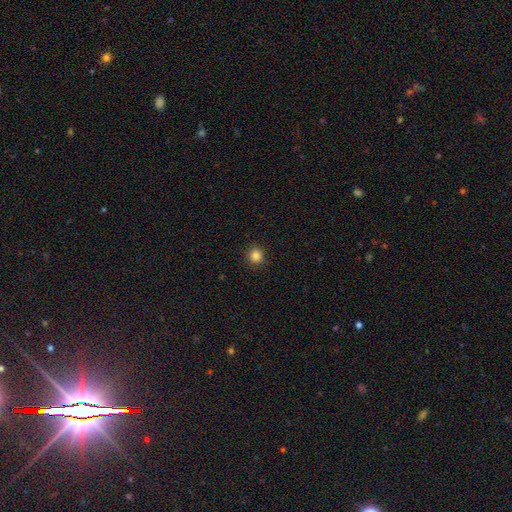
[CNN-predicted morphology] A smooth galaxy with no disk features (85%) that is round (92%). Merging: none (92%).